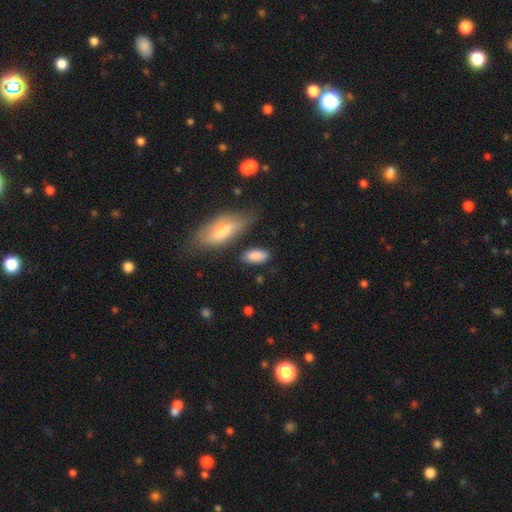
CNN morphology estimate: smooth 87%, featured or disk 7%, star or artifact 6%. Down the decision tree: how rounded — in between (89%); merging — none (73%).